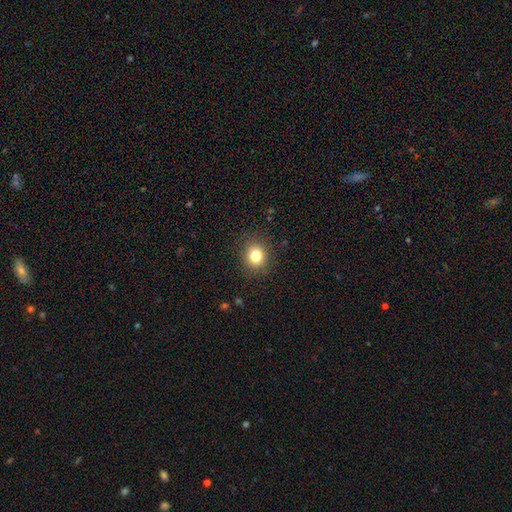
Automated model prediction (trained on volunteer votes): Morphology: type=smooth (80%); roundness=round (82%); merging=none (89%).